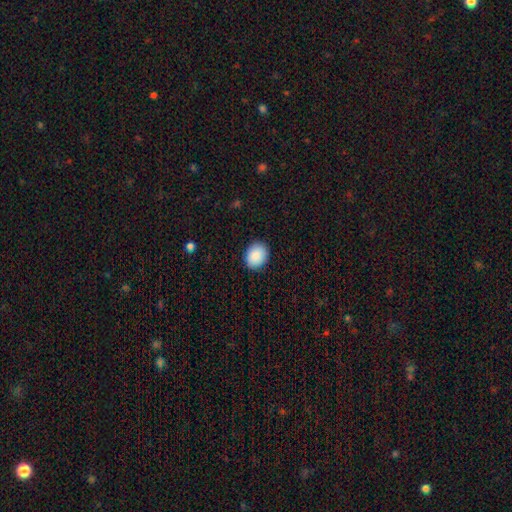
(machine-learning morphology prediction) Smooth or featured: smooth — 89% (star or artifact — 7%)
How rounded: round — 56% (in between — 43%)
Merging: none — 90% (minor disturbance — 7%)